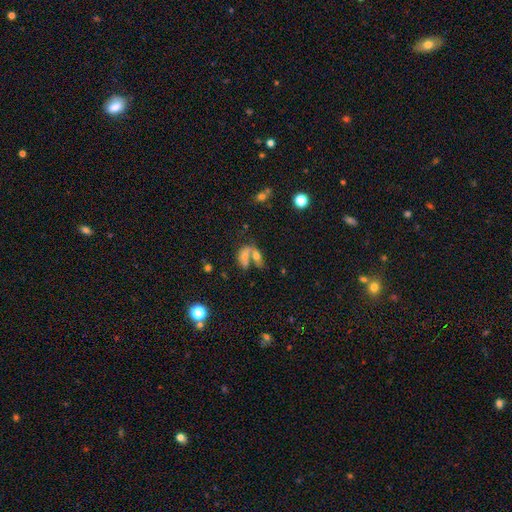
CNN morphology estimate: Smooth or featured? star or artifact (41%)